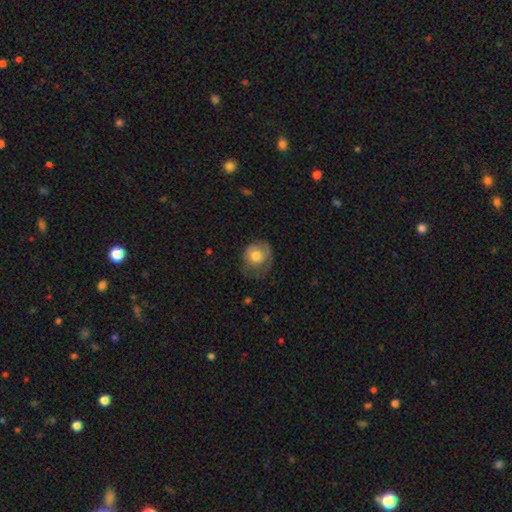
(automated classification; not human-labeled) smooth-or-featured: smooth: 63% | featured or disk: 30% | star or artifact: 7%
  how-rounded: round: 73% | in between: 26% | cigar-shaped: 1%
  merging: none: 47% | minor disturbance: 30% | major disturbance: 21% | merger: 1%